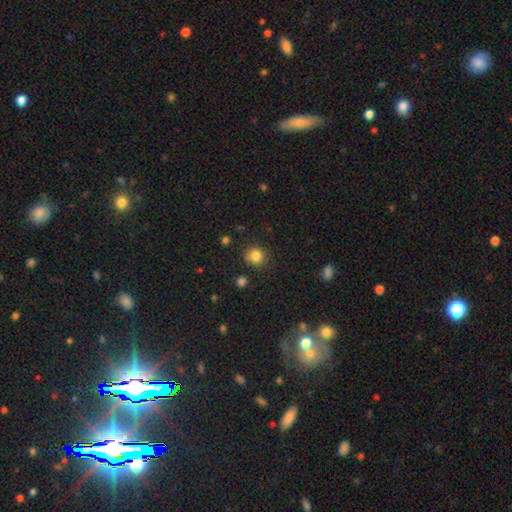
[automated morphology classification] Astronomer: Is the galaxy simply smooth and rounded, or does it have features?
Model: smooth — 83%.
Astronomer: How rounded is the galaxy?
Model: round — 86%.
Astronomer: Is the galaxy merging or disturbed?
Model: none — 82%.